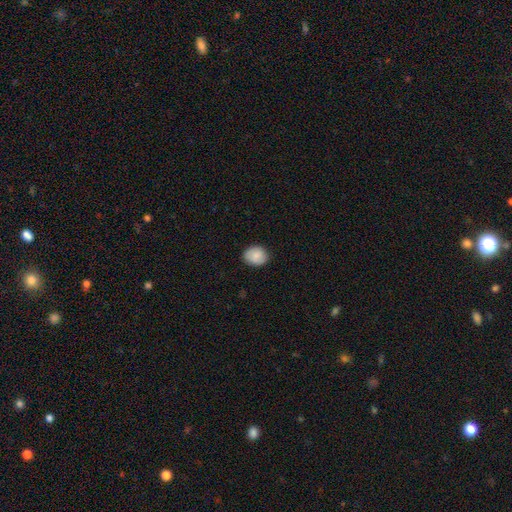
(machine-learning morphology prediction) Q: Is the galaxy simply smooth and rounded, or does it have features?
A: smooth — 85%.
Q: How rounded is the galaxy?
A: round — 60%.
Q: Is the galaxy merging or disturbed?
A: none — 85%.